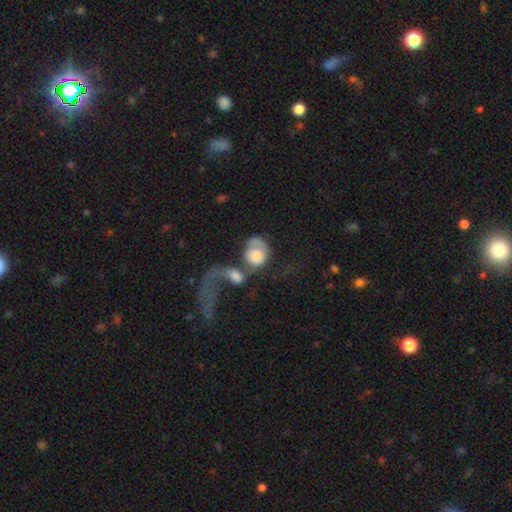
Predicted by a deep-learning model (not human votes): Overall: smooth (59%; featured or disk 34%). How rounded: round (55%; in between 43%). Merging: merger (59%; major disturbance 25%).